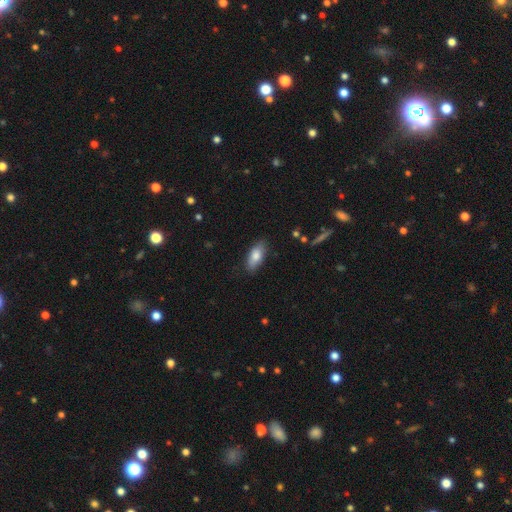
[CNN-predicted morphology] This appears to be a smooth galaxy with no disk features (78%) that is in between round and cigar-shaped (83%). Merging: none (81%).